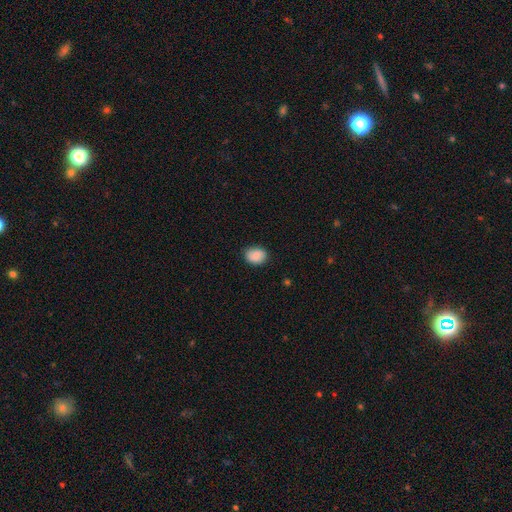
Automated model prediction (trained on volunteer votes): The model was most divided on "how rounded": in between: 51%, round: 48%, cigar-shaped: 1%. More confident: smooth or featured — smooth (87%); merging — none (81%).